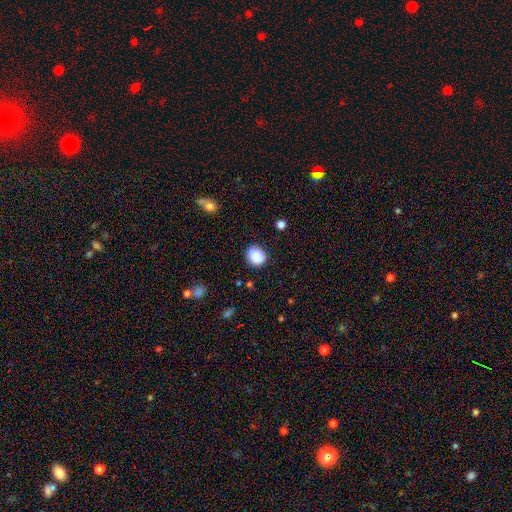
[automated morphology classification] Q: Smooth or featured?
A: smooth (84%); runner-up: star or artifact (9%)
Q: How rounded?
A: round (73%); runner-up: in between (26%)
Q: Merging?
A: none (82%); runner-up: minor disturbance (13%)